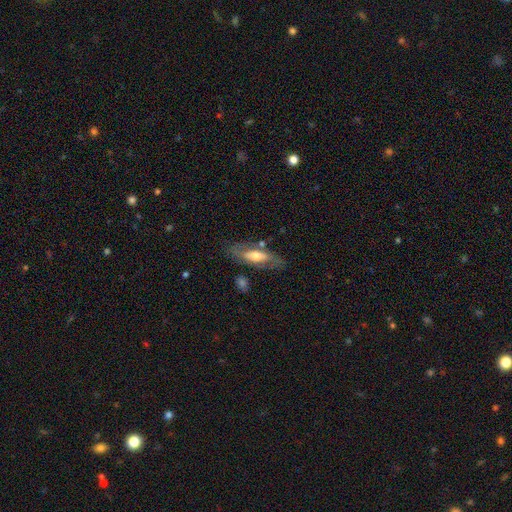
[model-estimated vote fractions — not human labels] Smooth or featured? featured or disk (55%)
Edge-on disk? no (70%)
Merging? none (71%)